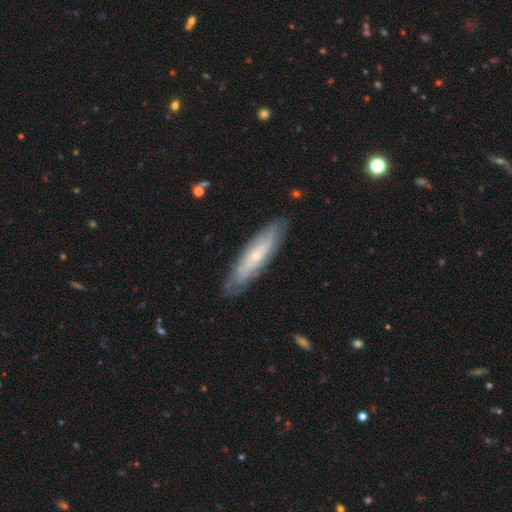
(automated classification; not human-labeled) Smooth or featured: featured or disk — 62% (smooth — 32%)
Edge-on disk: no — 61% (yes — 39%)
Merging: none — 81% (minor disturbance — 14%)